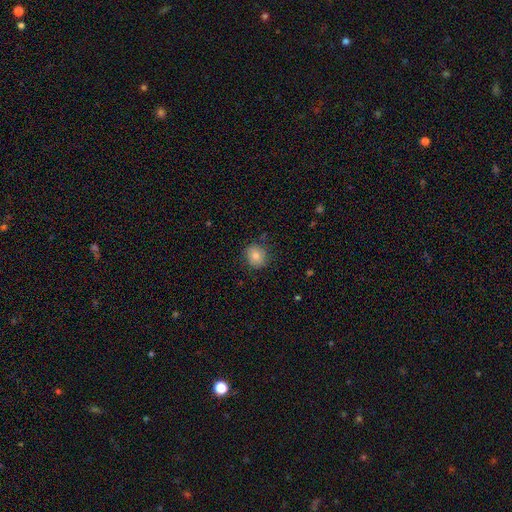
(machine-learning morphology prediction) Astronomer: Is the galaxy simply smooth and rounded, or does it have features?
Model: smooth — 80%.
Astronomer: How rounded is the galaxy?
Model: round — 81%.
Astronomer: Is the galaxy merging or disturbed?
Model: none — 83%.